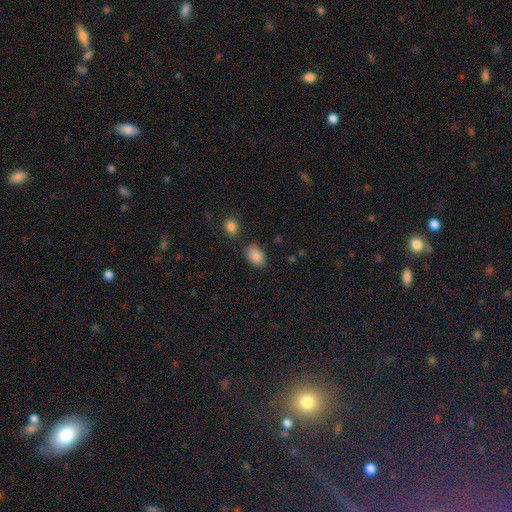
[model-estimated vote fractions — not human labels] Smooth or featured? Predicted: smooth (p=0.87). How rounded? Predicted: in between (p=0.86). Merging? Predicted: none (p=0.77).